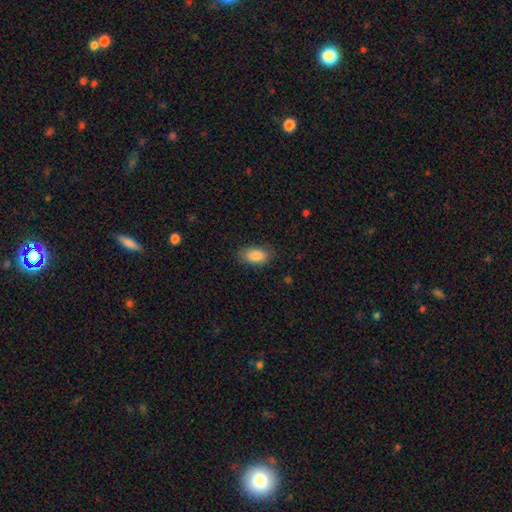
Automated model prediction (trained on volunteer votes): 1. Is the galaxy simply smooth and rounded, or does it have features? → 88% smooth, 7% star or artifact, 6% featured or disk.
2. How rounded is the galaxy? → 92% in between, 5% round, 3% cigar-shaped.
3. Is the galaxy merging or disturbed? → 83% none, 13% minor disturbance, 3% major disturbance, 1% merger.